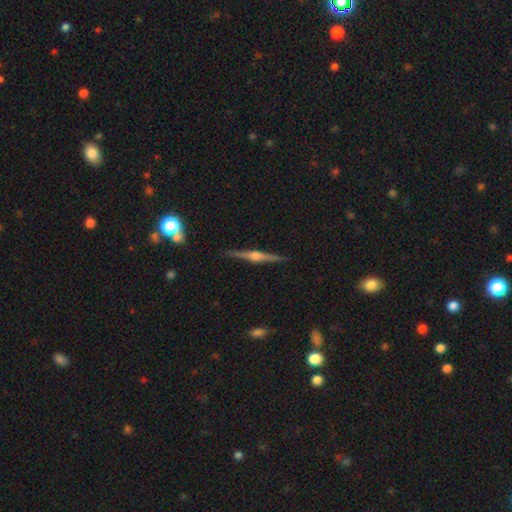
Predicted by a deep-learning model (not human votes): Morphology: type=featured or disk (83%); edge-on=yes (98%); edge-on bulge=rounded (90%); merging=none (91%).